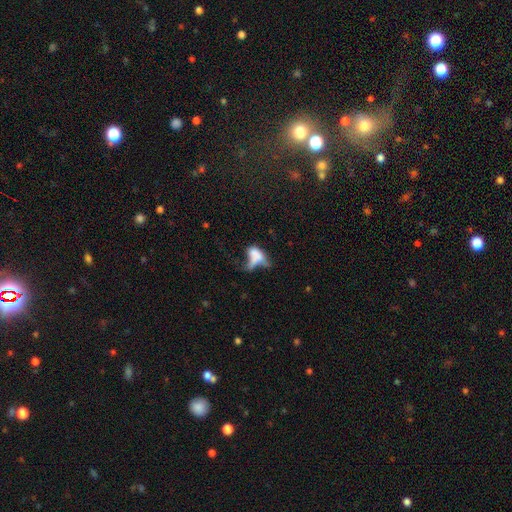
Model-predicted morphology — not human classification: A smooth galaxy with no disk features (57%) that is in between round and cigar-shaped (82%). Merging: major disturbance (35%, tied with merger).